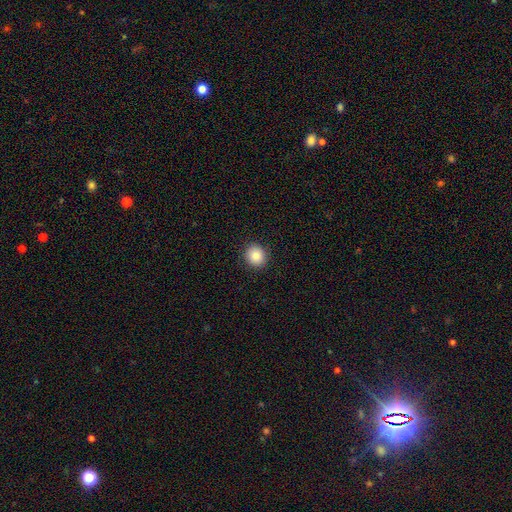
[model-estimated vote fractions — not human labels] smooth 85%, star or artifact 9%, featured or disk 6%. Down the decision tree: how rounded — round (84%); merging — none (91%).